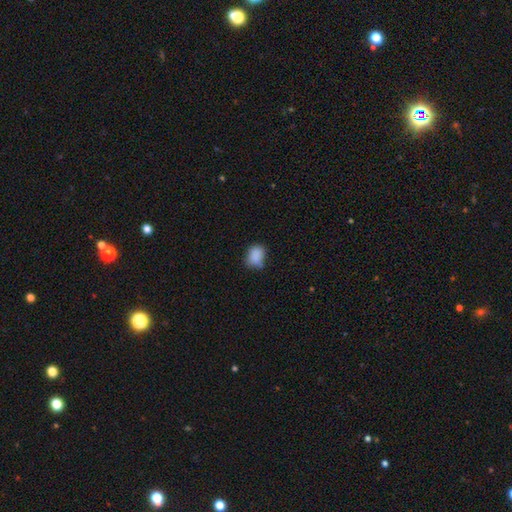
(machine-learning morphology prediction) Smooth or featured? Predicted: smooth (p=0.85). How rounded? Predicted: in between (p=0.64). Merging? Predicted: none (p=0.56).